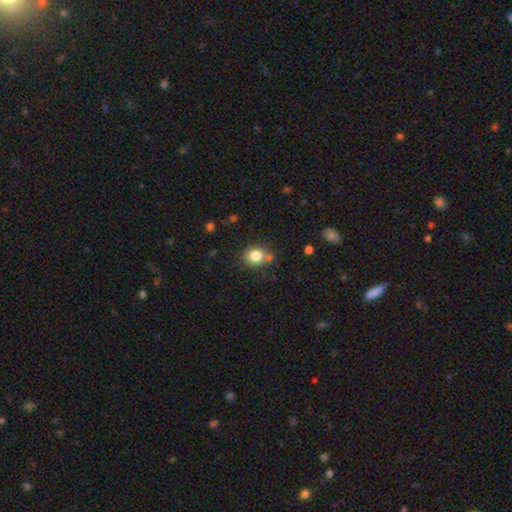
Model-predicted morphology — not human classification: The model was most divided on "how rounded": round: 64%, in between: 35%, cigar-shaped: 1%. More confident: smooth or featured — smooth (81%); merging — none (71%).